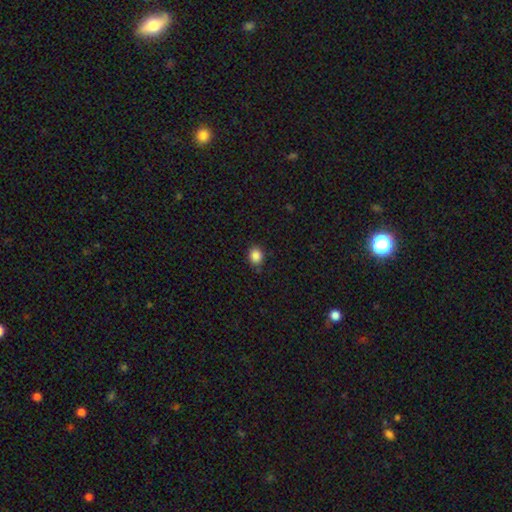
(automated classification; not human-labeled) smooth 86%, star or artifact 11%, featured or disk 3%. Down the decision tree: how rounded — round (65%); merging — none (83%).